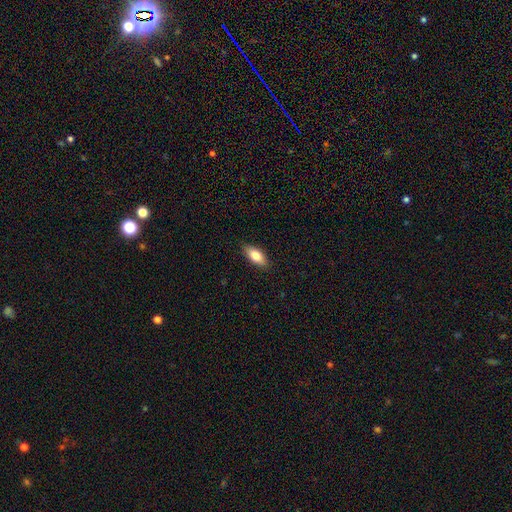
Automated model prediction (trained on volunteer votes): Overall: smooth (81%). How rounded: in between (82%). Merging: none (87%).